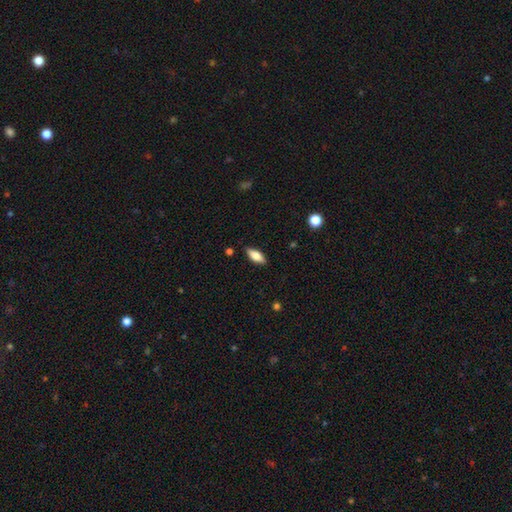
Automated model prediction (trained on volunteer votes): This is likely a smooth galaxy (73%). How rounded: likely in between (76%). Merging: clearly none (87%).